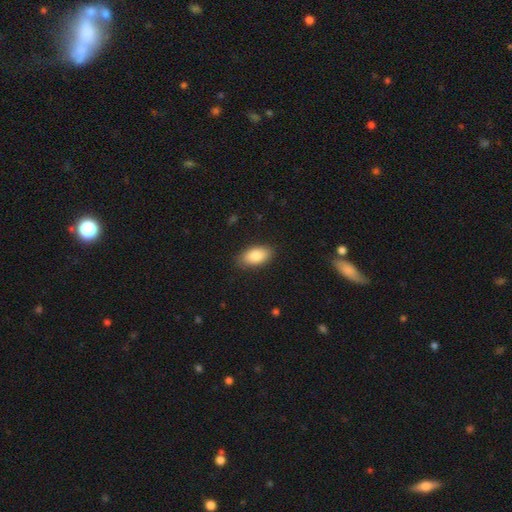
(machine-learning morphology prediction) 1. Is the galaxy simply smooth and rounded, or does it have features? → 85% smooth, 8% featured or disk, 6% star or artifact.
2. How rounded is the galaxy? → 93% in between, 4% round, 3% cigar-shaped.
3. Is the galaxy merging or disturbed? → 86% none, 11% minor disturbance, 2% major disturbance, 1% merger.